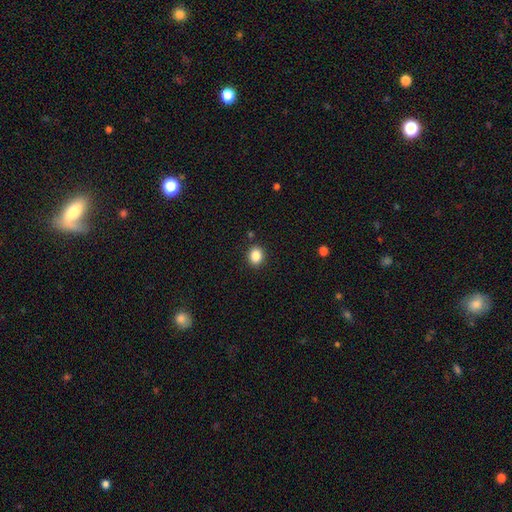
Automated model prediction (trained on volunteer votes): Morphology: type=smooth (85%); roundness=round (61%); merging=none (89%).